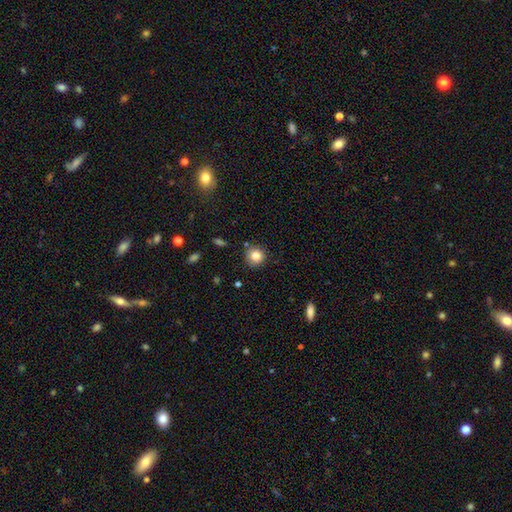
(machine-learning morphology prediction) smooth_or_featured: smooth (p=0.82) [alt: star or artifact p=0.10]
how_rounded: round (p=0.92) [alt: in between p=0.07]
merging: none (p=0.84) [alt: minor disturbance p=0.10]